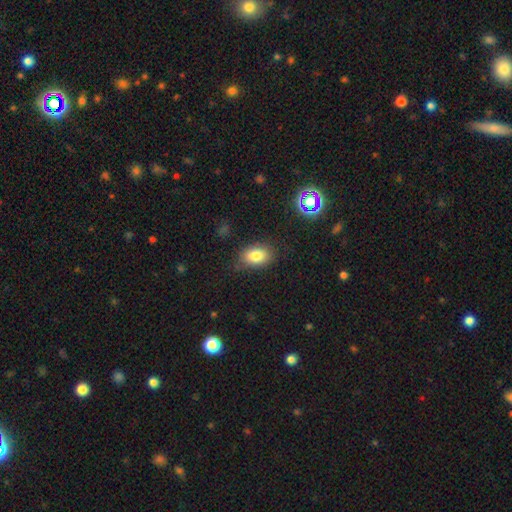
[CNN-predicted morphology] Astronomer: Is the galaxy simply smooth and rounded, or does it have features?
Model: smooth — 80%.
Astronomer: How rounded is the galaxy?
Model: in between — 84%.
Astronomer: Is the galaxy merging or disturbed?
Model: none — 77%.